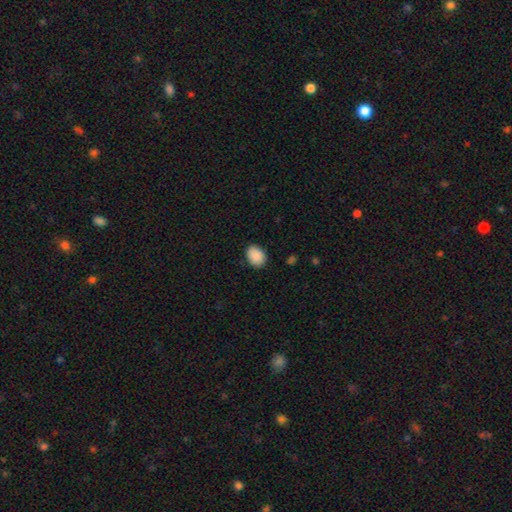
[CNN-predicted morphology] A smooth galaxy with no disk features (90%) that is in between round and cigar-shaped (66%).

Vote fractions:
- Smooth or featured? smooth: 90% / star or artifact: 7% / featured or disk: 3%
- How rounded? in between: 66% / round: 33% / cigar-shaped: 1%
- Merging? none: 84% / minor disturbance: 13% / major disturbance: 2% / merger: 1%